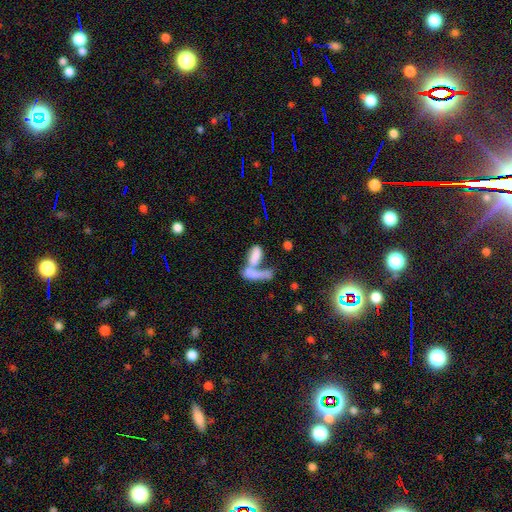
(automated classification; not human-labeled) smooth_or_featured: smooth (p=0.65) [alt: featured or disk p=0.25]
how_rounded: in between (p=0.66) [alt: cigar-shaped p=0.28]
merging: merger (p=0.66) [alt: none p=0.18]